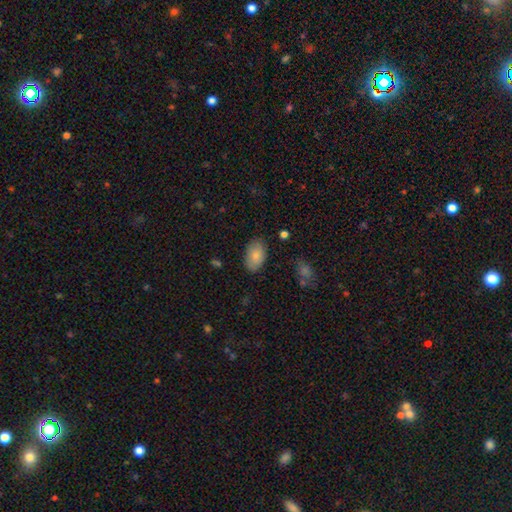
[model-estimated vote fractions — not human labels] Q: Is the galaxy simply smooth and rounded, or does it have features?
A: smooth — 83%.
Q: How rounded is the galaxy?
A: in between — 92%.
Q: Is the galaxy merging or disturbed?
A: none — 83%.